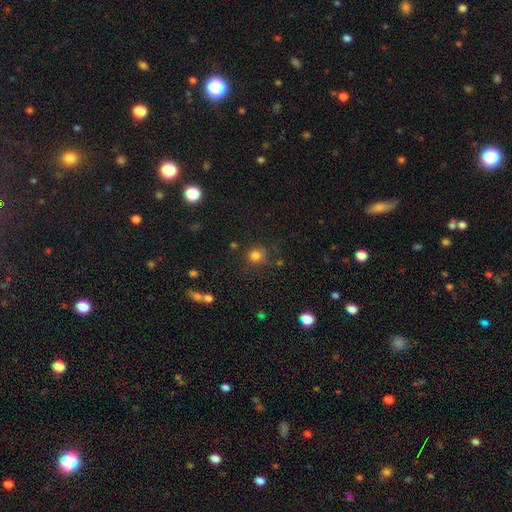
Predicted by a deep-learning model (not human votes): Smooth or featured? smooth (79%)
How rounded? round (83%)
Merging? none (70%)